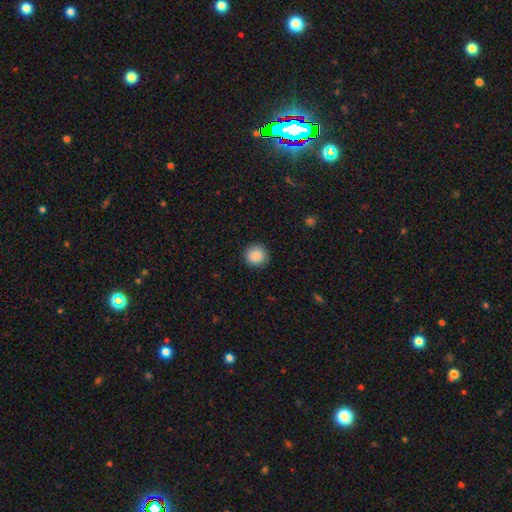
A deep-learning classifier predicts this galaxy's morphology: This appears to be a smooth galaxy with no disk features (88%) that is round (93%). Merging: none (91%).